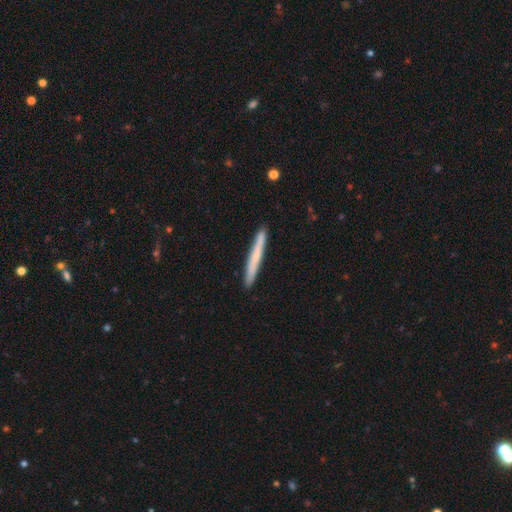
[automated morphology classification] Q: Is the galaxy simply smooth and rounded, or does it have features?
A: smooth — 59%.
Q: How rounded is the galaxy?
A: cigar-shaped — 97%.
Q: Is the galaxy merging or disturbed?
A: none — 91%.